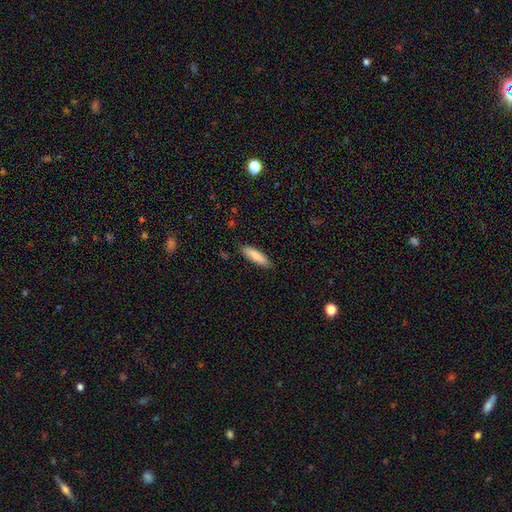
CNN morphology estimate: This is clearly a smooth galaxy (85%). How rounded: likely cigar-shaped (64%). Merging: clearly none (86%).